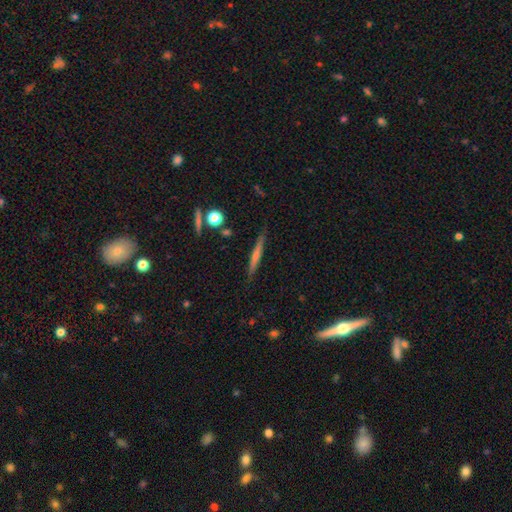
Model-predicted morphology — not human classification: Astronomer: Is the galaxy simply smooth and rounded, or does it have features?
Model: featured or disk — 67%.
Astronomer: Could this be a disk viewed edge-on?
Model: yes — 97%.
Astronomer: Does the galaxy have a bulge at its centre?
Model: rounded — 72%.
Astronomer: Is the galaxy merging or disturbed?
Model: none — 88%.